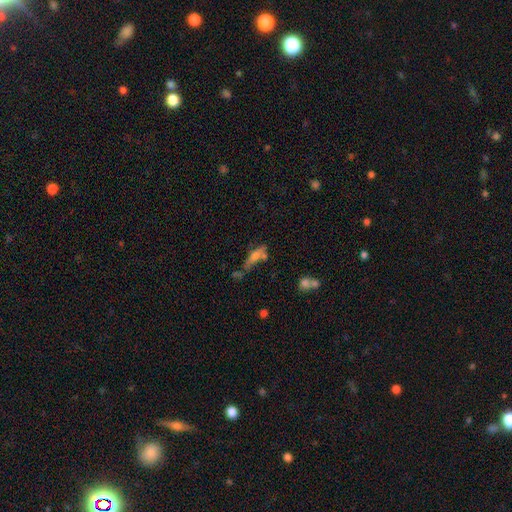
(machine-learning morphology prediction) A smooth galaxy with no disk features (52%) that is cigar-shaped (58%). Merging: none (42%).